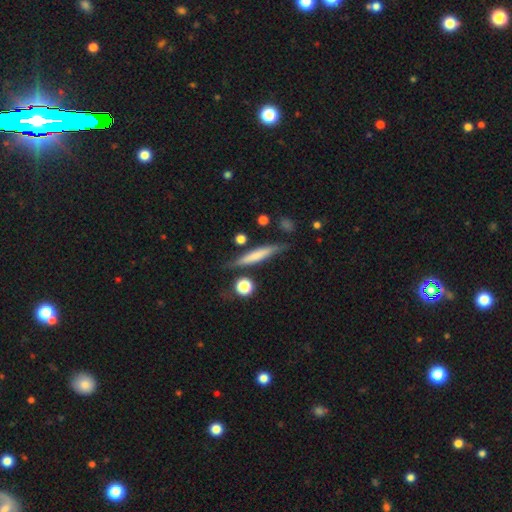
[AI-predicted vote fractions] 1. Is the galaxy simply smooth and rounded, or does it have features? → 60% smooth, 34% featured or disk, 6% star or artifact.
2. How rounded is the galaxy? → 91% cigar-shaped, 7% in between, 2% round.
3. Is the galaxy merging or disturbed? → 76% none, 15% minor disturbance, 4% merger, 4% major disturbance.